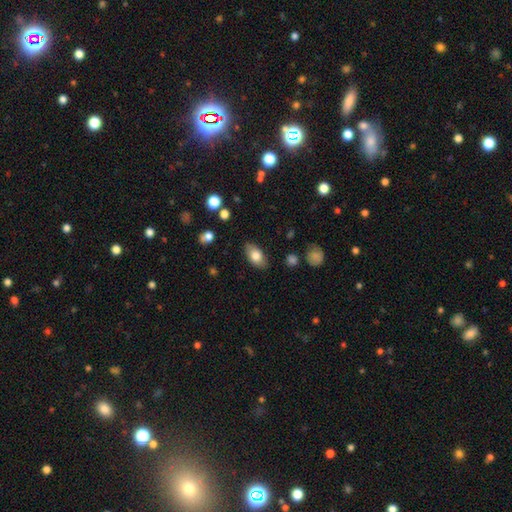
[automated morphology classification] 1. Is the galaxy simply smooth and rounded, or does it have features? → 78% smooth, 15% featured or disk, 7% star or artifact.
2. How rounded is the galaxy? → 90% in between, 6% round, 4% cigar-shaped.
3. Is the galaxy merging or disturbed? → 83% none, 13% minor disturbance, 3% major disturbance, 2% merger.